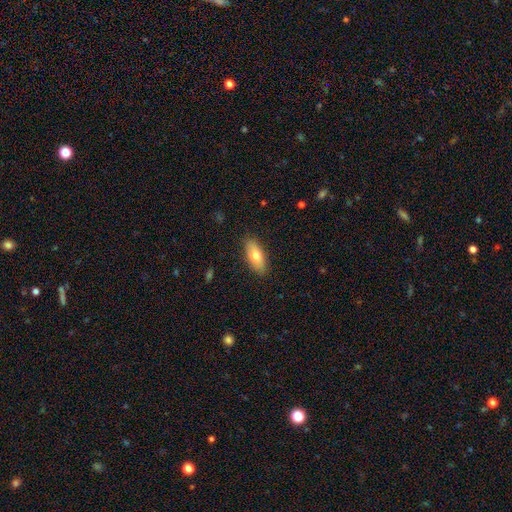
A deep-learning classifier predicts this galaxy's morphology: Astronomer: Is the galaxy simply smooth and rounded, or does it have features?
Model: smooth — 72%.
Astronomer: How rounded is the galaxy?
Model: in between — 81%.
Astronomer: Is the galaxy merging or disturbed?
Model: none — 87%.